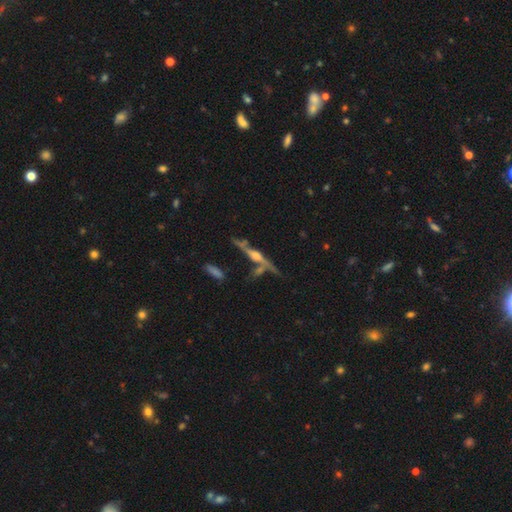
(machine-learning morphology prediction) Smooth or featured? featured or disk (74%)
Edge-on disk? yes (85%)
Edge-on bulge? rounded (78%)
Merging? none (53%)